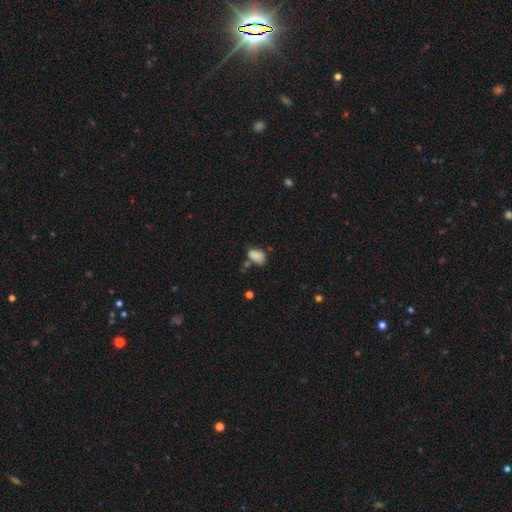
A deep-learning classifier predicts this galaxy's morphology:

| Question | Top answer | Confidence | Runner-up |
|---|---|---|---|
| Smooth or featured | smooth | 82% | star or artifact (10%) |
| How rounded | in between | 87% | round (12%) |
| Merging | none | 48% | minor disturbance (28%) |